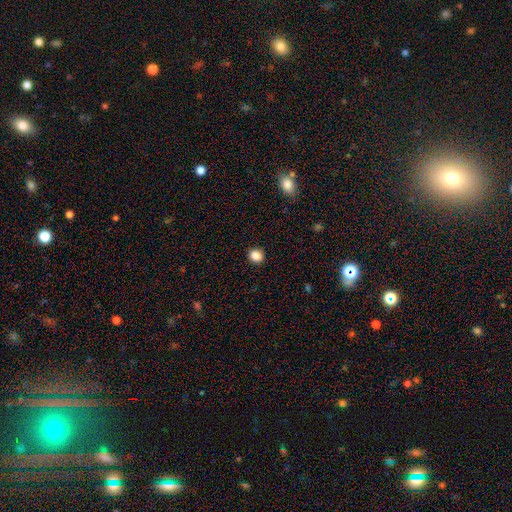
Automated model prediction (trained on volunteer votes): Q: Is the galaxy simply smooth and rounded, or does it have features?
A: smooth — 87%.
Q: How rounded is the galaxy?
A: round — 77%.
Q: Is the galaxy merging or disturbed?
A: none — 91%.